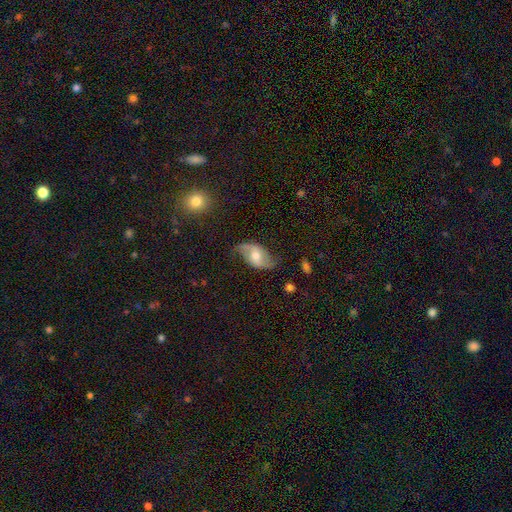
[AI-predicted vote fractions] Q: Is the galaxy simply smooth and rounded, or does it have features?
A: featured or disk — 77%.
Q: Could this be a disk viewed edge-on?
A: no — 95%.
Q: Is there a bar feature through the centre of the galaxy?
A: weak — 46%.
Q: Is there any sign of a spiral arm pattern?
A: yes — 92%.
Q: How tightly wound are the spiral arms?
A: loose — 64%.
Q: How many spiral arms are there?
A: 2 — 91%.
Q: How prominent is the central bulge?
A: moderate — 64%.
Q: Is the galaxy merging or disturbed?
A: none — 69%.